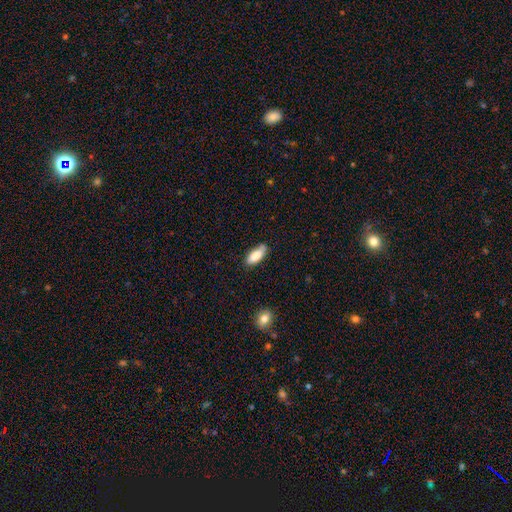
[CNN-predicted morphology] smooth 82%, featured or disk 12%, star or artifact 7%. Down the decision tree: how rounded — in between (79%); merging — none (71%).